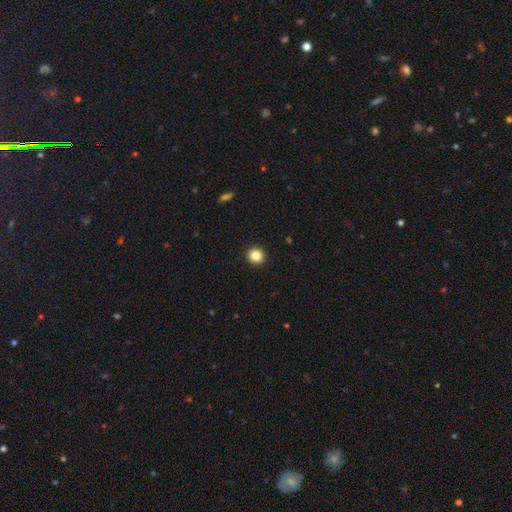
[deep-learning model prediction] The model was most divided on "smooth or featured": smooth: 85%, star or artifact: 11%, featured or disk: 4%. More confident: how rounded — round (95%); merging — none (94%).